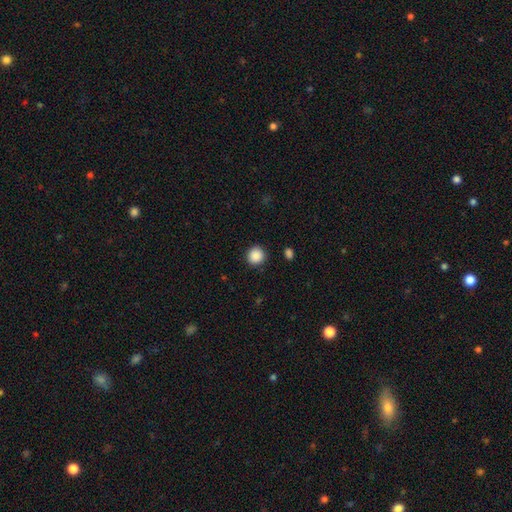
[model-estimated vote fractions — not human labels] smooth_or_featured: smooth (p=0.88) [alt: star or artifact p=0.09]
how_rounded: round (p=0.93) [alt: in between p=0.06]
merging: none (p=0.91) [alt: minor disturbance p=0.06]